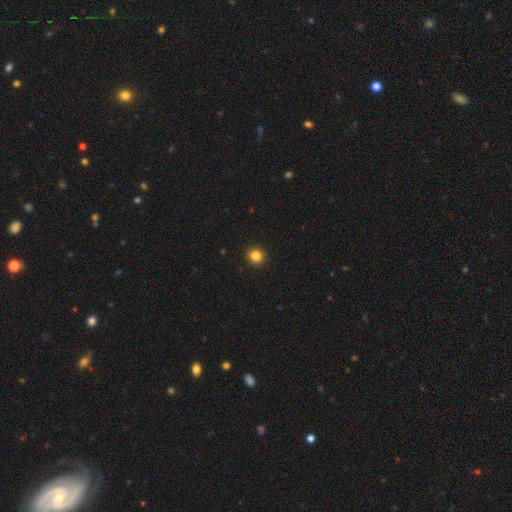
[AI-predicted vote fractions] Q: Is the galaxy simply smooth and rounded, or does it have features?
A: smooth — 84%.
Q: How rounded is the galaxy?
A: round — 91%.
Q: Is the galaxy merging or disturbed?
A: none — 93%.